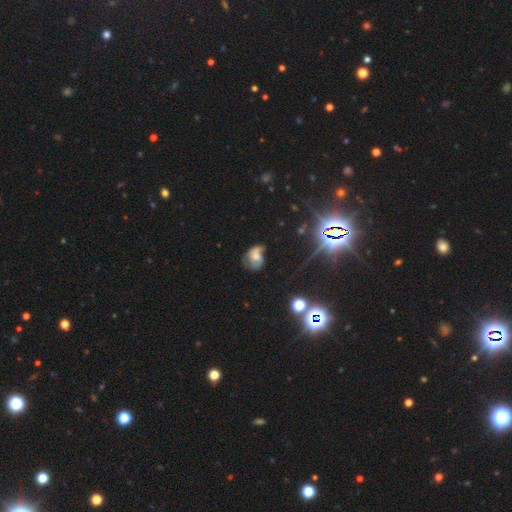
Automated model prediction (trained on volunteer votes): featured or disk 46%, smooth 39%, star or artifact 15%. Down the decision tree: merging — none (42%).